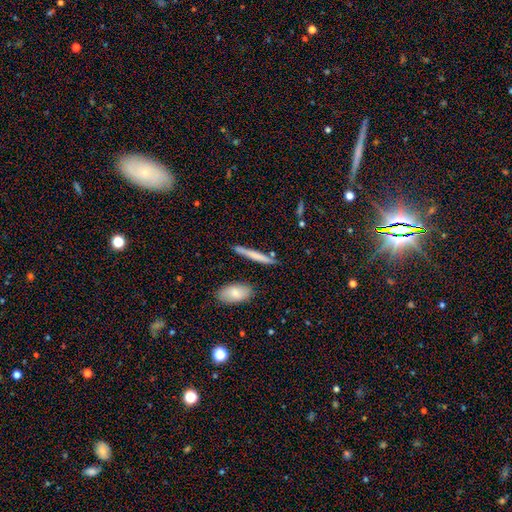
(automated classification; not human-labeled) A smooth galaxy with no disk features (65%) that is cigar-shaped (93%).

Vote fractions:
- Smooth or featured? smooth: 65% / featured or disk: 28% / star or artifact: 6%
- How rounded? cigar-shaped: 93% / in between: 5% / round: 2%
- Merging? none: 84% / minor disturbance: 11% / merger: 4% / major disturbance: 2%